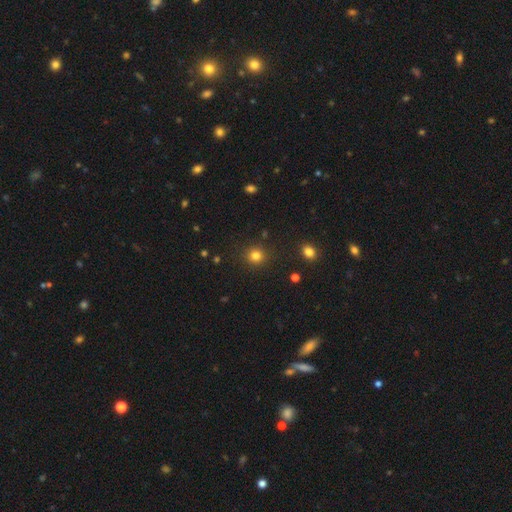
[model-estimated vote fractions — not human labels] Smooth or featured? Predicted: smooth (p=0.81). How rounded? Predicted: round (p=0.89). Merging? Predicted: none (p=0.89).